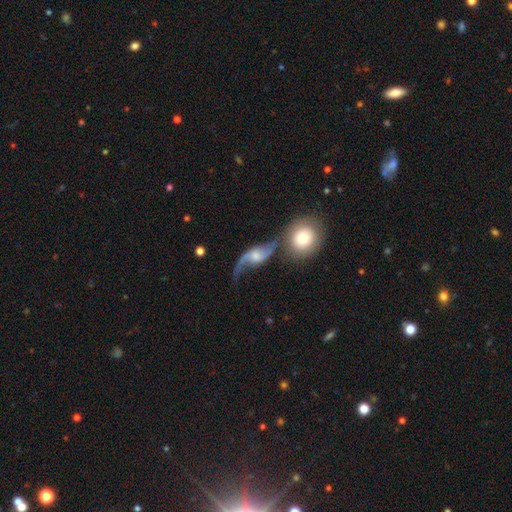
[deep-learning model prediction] Smooth or featured? featured or disk (80%)
Edge-on disk? no (95%)
Bar? no (53%)
Spiral arms? yes (93%)
Spiral winding? loose (87%)
Spiral arm count? 2 (85%)
Bulge size? moderate (43%)
Merging? none (40%)